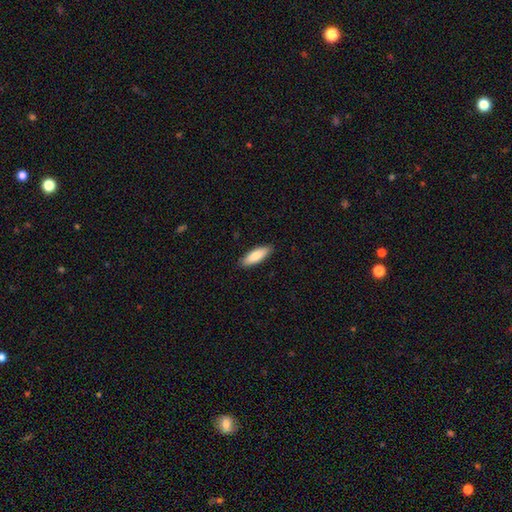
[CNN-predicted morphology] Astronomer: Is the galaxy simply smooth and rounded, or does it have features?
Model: smooth — 85%.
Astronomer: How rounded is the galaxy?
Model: in between — 55% (runner-up: cigar-shaped, 44%).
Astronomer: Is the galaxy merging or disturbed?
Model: none — 89%.